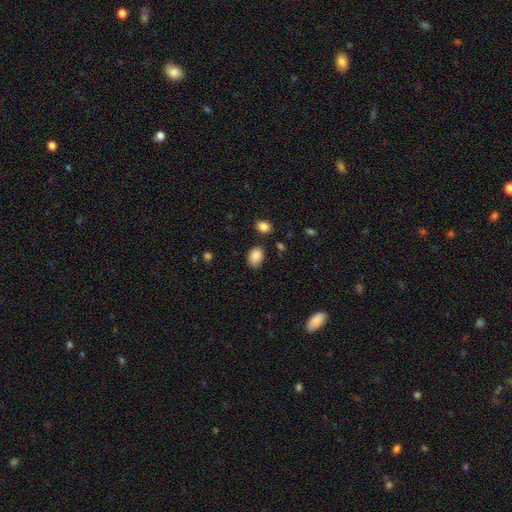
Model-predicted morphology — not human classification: Smooth or featured: smooth — 88% (star or artifact — 8%)
How rounded: in between — 78% (round — 21%)
Merging: none — 76% (minor disturbance — 17%)